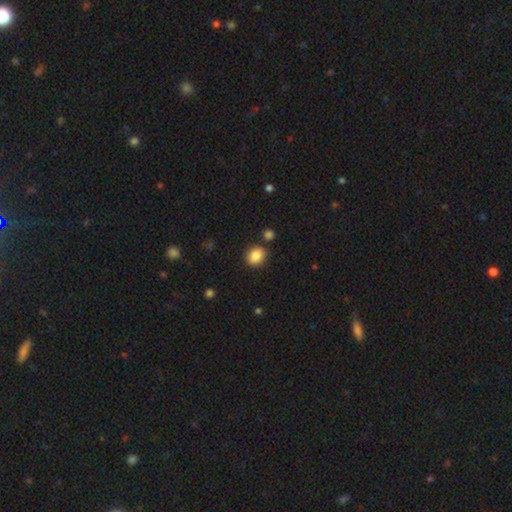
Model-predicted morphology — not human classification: smooth_or_featured: smooth (p=0.87) [alt: star or artifact p=0.09]
how_rounded: round (p=0.61) [alt: in between p=0.38]
merging: none (p=0.82) [alt: minor disturbance p=0.09]